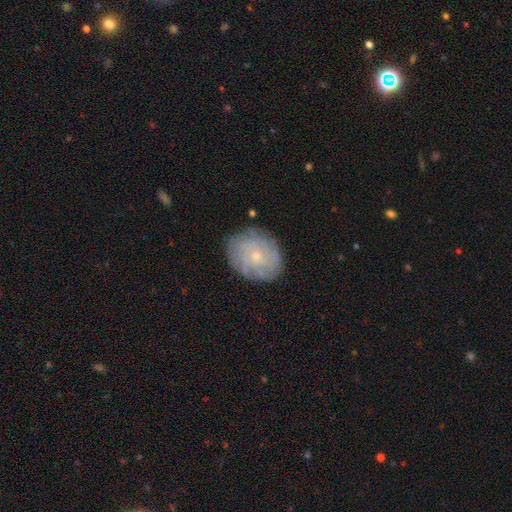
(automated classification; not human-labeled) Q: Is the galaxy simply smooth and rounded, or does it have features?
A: featured or disk — 51%.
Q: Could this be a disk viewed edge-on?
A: no — 97%.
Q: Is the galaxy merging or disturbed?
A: none — 79%.